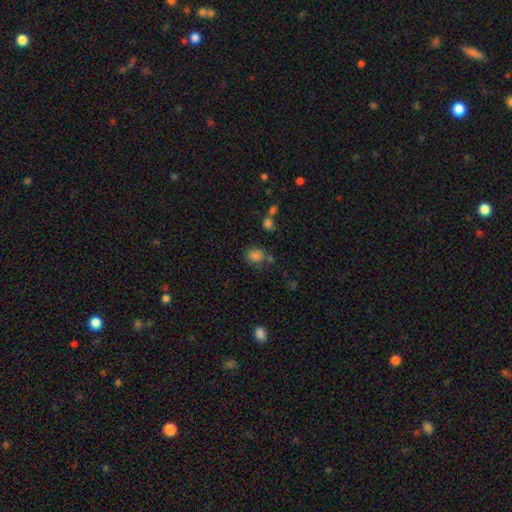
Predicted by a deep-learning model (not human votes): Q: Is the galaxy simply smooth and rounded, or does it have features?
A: smooth — 79%.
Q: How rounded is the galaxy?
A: round — 51%.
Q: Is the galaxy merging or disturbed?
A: none — 61%.